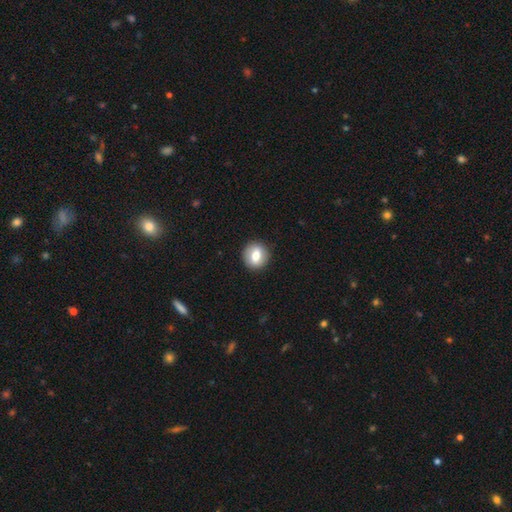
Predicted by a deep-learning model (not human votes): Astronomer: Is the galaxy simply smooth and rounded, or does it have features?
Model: smooth — 66%.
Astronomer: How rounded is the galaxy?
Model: round — 84%.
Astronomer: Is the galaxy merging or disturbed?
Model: none — 89%.